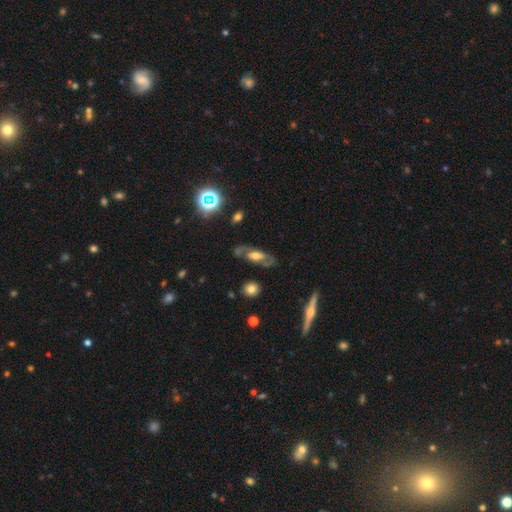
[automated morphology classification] This is likely a featured or disk galaxy (64%). It is likely not viewed edge-on (80%). Bar: possibly no (52%). Spiral arm pattern: likely yes (62%). Central bulge: possibly moderate (55%). Merging: likely none (68%).